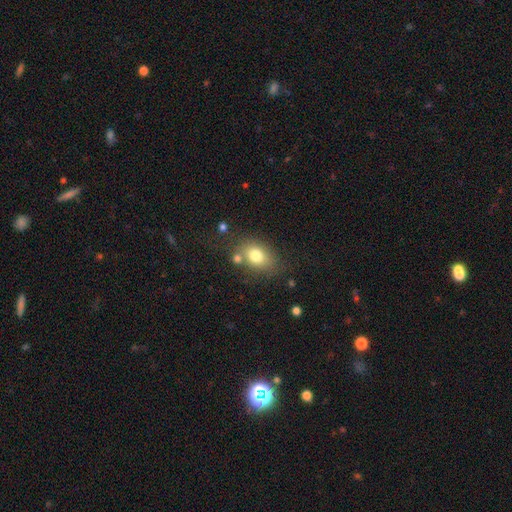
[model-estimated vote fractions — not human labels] Q: Smooth or featured?
A: smooth (76%); runner-up: featured or disk (13%)
Q: How rounded?
A: in between (68%); runner-up: round (31%)
Q: Merging?
A: none (64%); runner-up: minor disturbance (17%)